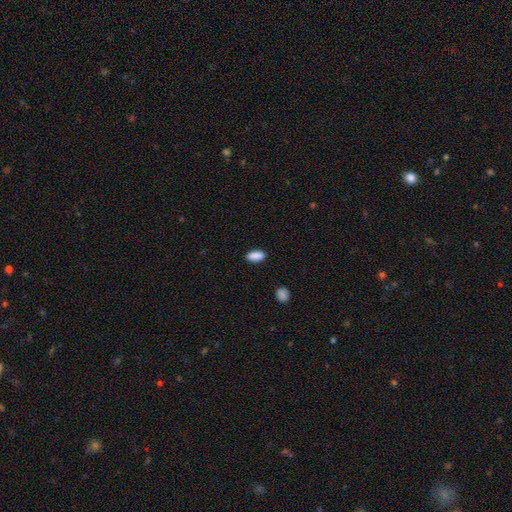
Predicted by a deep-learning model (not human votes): Q: Smooth or featured?
A: smooth (89%); runner-up: star or artifact (7%)
Q: How rounded?
A: in between (88%); runner-up: cigar-shaped (9%)
Q: Merging?
A: none (88%); runner-up: minor disturbance (8%)